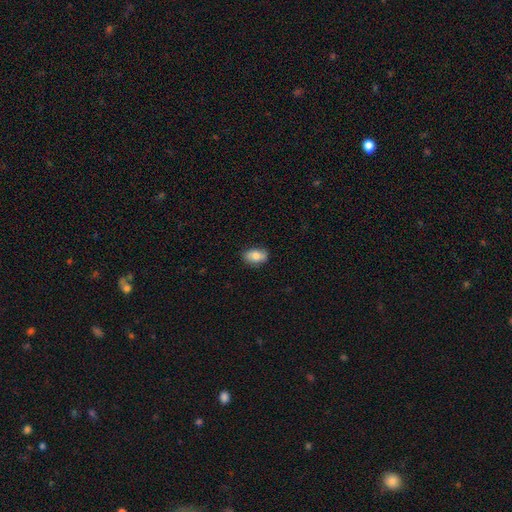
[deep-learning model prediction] This is likely a smooth galaxy (79%). How rounded: clearly in between (88%). Merging: clearly none (84%).